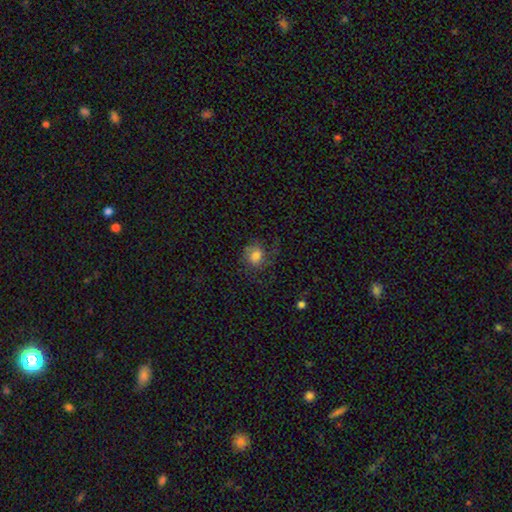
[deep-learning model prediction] A smooth galaxy with no disk features (66%) that is round (52%). Merging: none (56%).